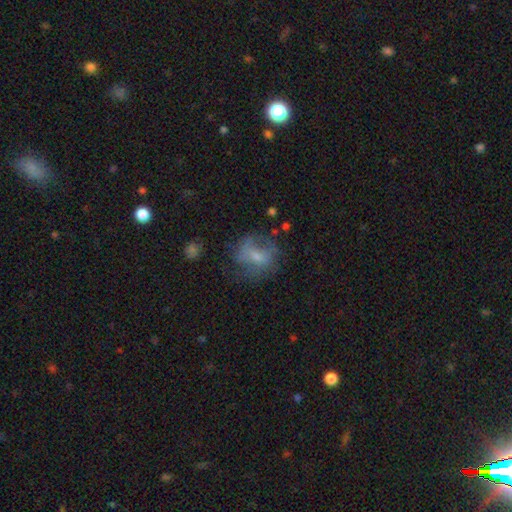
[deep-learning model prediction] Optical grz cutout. It shows a smooth galaxy with no disk features (47%). Merging: none (48%).